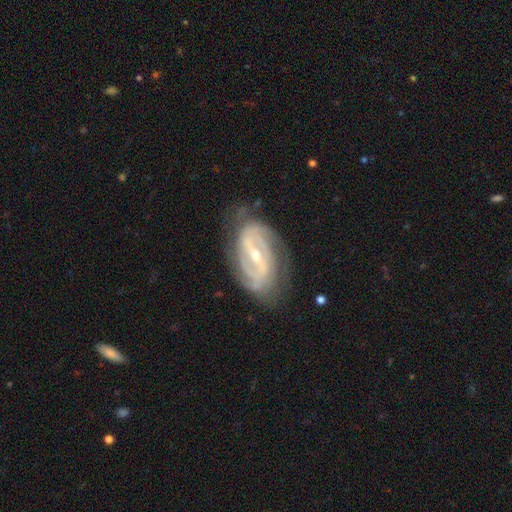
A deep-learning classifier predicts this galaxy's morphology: A featured or disk galaxy (90%) with a strong bar (51%), 2 (59%) tight (49%) spiral arms (97%) and a small central bulge (56%).

Vote fractions:
- Smooth or featured? featured or disk: 90% / star or artifact: 5% / smooth: 5%
- Edge-on disk? no: 95% / yes: 5%
- Bar? strong: 51% / weak: 36% / no: 13%
- Spiral arms? yes: 97% / no: 3%
- Spiral winding? tight: 49% / medium: 41% / loose: 11%
- Spiral arm count? 2: 59% / 3: 16% / can't tell: 13% / 4: 5% / 1: 3% / more than 4: 3%
- Bulge size? small: 56% / moderate: 40% / large: 1% / none: 1% / dominant: 1%
- Merging? none: 74% / minor disturbance: 18% / major disturbance: 6% / merger: 1%